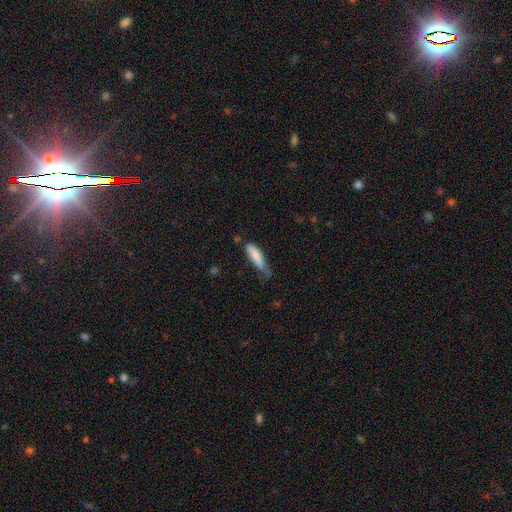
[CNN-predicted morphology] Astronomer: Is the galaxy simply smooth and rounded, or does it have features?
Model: smooth — 81%.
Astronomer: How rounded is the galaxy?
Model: cigar-shaped — 67%.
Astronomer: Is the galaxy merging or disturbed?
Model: minor disturbance — 42% (runner-up: none, 37%).